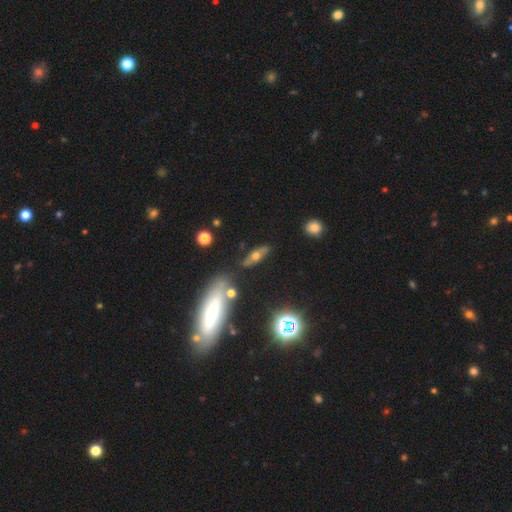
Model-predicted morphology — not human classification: Smooth or featured? featured or disk (47%)
Merging? none (75%)